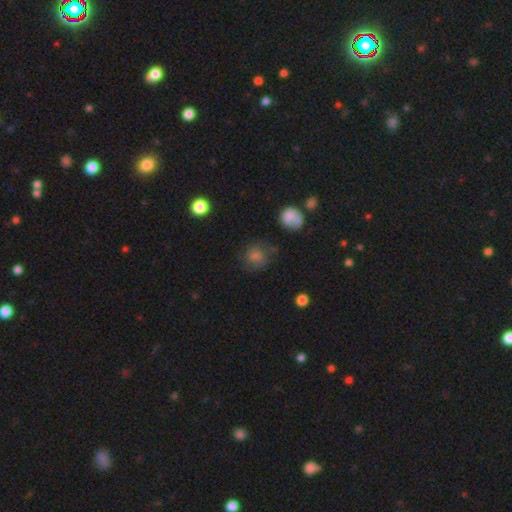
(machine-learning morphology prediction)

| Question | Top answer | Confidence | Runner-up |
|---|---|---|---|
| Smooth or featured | smooth | 51% | featured or disk (32%) |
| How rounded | round | 81% | in between (18%) |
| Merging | none | 70% | minor disturbance (18%) |